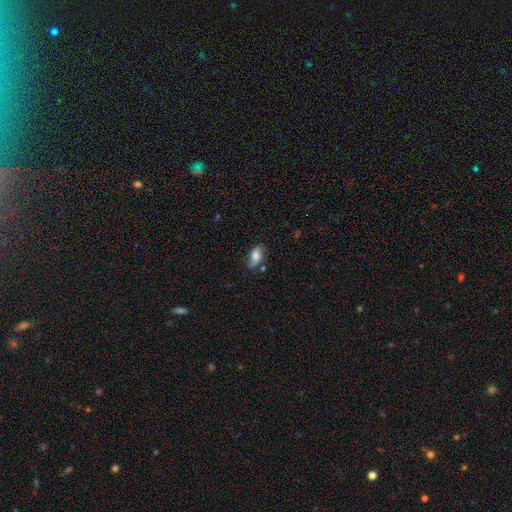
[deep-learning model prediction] Smooth or featured: smooth — 69% (featured or disk — 23%)
How rounded: in between — 88% (cigar-shaped — 6%)
Merging: none — 63% (minor disturbance — 25%)